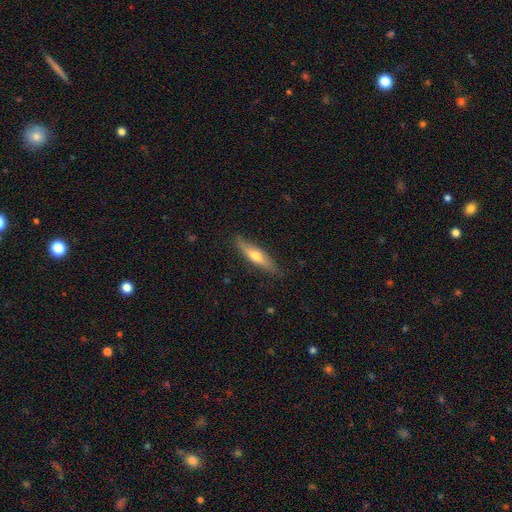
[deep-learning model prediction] A smooth galaxy with no disk features (48%). Merging: none (82%).